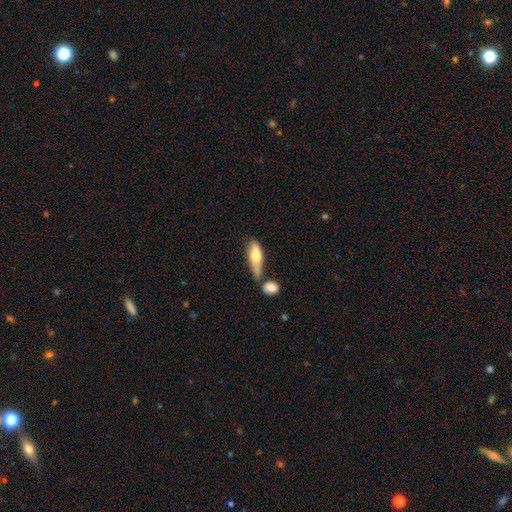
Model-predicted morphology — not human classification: A smooth galaxy with no disk features (65%) that is in between round and cigar-shaped (55%).

Vote fractions:
- Smooth or featured? smooth: 65% / featured or disk: 29% / star or artifact: 6%
- How rounded? in between: 55% / cigar-shaped: 42% / round: 3%
- Merging? none: 42% / merger: 29% / minor disturbance: 21% / major disturbance: 8%